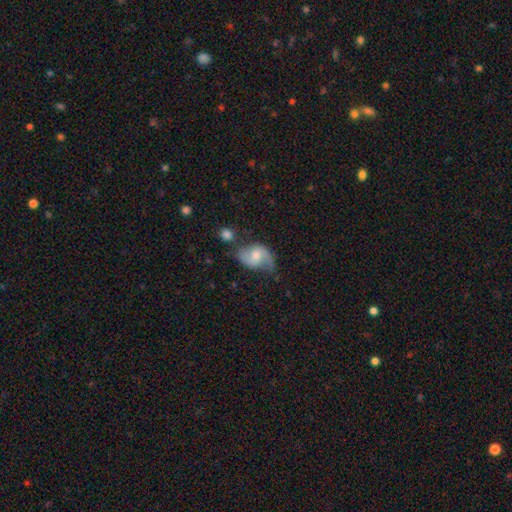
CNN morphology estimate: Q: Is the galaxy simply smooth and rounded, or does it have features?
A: featured or disk — 66%.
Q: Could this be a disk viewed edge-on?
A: no — 97%.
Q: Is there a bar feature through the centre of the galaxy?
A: no — 49%.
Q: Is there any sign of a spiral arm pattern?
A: yes — 90%.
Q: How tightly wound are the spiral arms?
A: loose — 51%.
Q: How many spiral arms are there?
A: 2 — 84%.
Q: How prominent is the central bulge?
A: moderate — 55%.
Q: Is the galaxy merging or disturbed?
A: none — 52%.